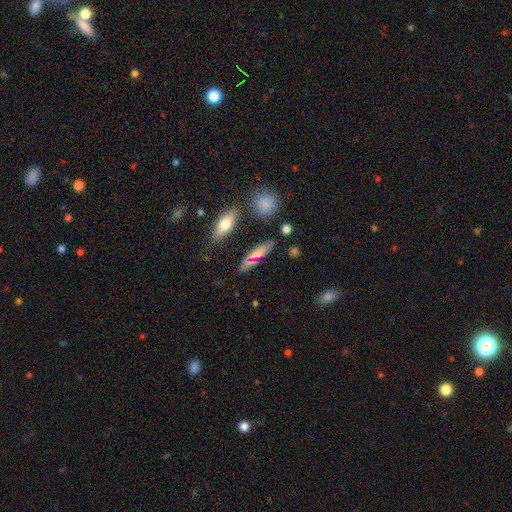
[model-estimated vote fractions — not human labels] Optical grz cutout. It shows a smooth galaxy with no disk features (67%) that is cigar-shaped (59%). Merging: none (78%).